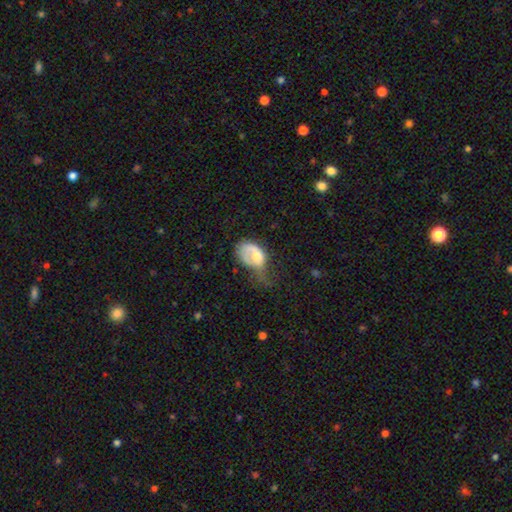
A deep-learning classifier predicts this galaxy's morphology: The model was most divided on "smooth or featured": smooth: 50%, featured or disk: 43%, star or artifact: 7%. More confident: merging — major disturbance (54%).